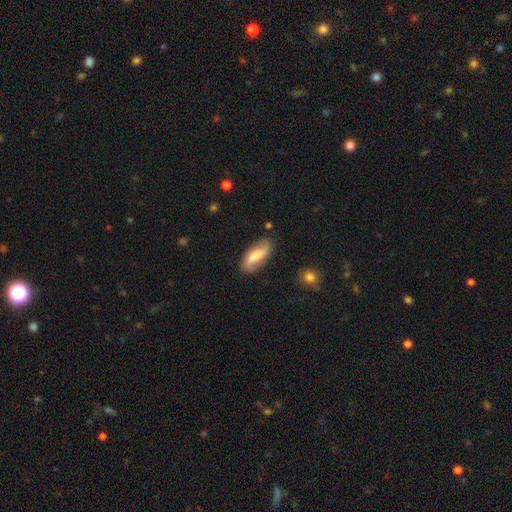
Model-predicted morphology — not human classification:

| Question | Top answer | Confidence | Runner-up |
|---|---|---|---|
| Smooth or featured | smooth | 50% | featured or disk (43%) |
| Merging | none | 79% | minor disturbance (16%) |